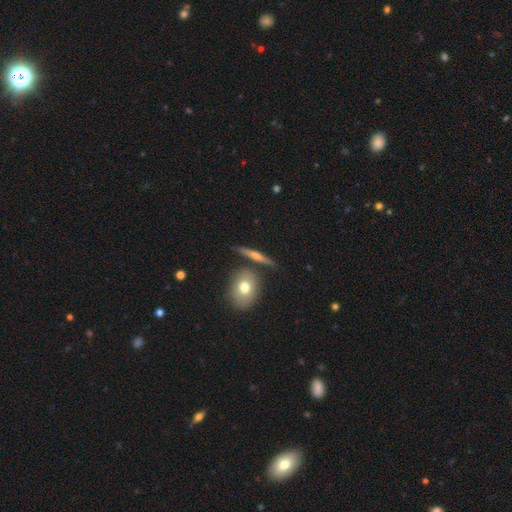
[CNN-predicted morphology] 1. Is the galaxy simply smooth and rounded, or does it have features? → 53% featured or disk, 39% smooth, 8% star or artifact.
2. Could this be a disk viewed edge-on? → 91% yes, 9% no.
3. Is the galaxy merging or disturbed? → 78% none, 11% minor disturbance, 8% merger, 3% major disturbance.